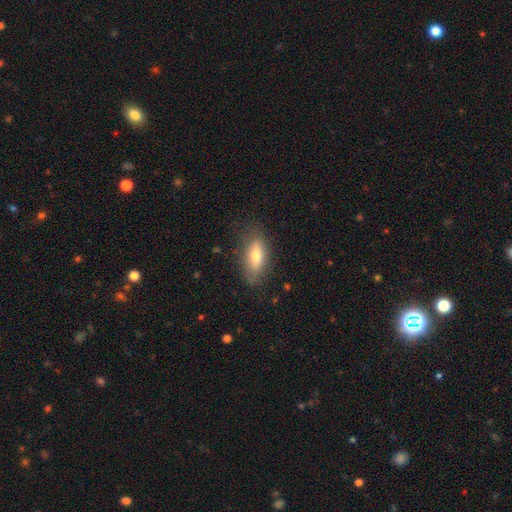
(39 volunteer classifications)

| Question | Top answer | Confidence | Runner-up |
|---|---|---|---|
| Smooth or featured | smooth | 67% | featured or disk (31%) |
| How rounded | in between | 69% | cigar-shaped (27%) |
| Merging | none | 82% | minor disturbance (11%) |